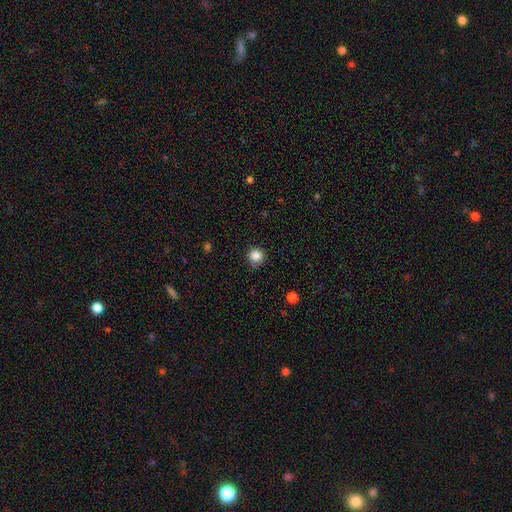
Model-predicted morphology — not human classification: Smooth or featured: smooth — 86% (star or artifact — 11%)
How rounded: round — 93% (in between — 6%)
Merging: none — 84% (minor disturbance — 12%)